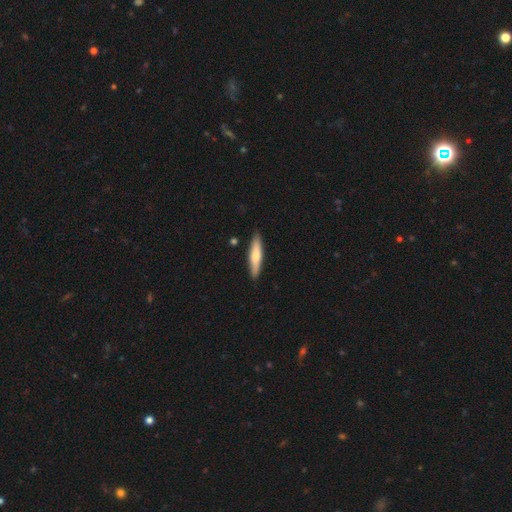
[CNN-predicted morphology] Smooth or featured: smooth — 59% (featured or disk — 35%)
How rounded: cigar-shaped — 83% (in between — 15%)
Merging: none — 89% (minor disturbance — 8%)